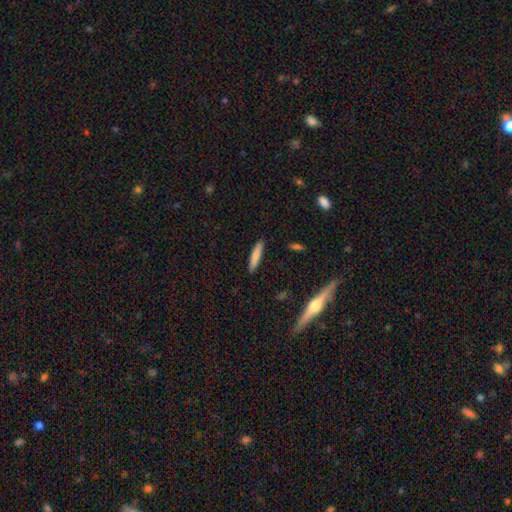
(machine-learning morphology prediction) smooth 77%, featured or disk 17%, star or artifact 6%. Down the decision tree: how rounded — cigar-shaped (81%); merging — none (89%).